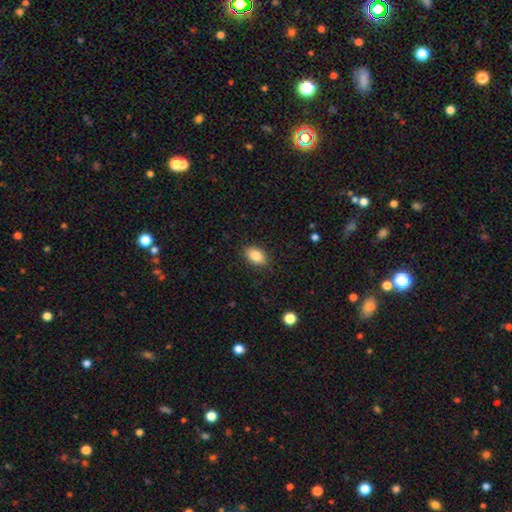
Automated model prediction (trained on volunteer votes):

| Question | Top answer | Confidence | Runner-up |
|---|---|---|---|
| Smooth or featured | smooth | 86% | star or artifact (8%) |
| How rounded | in between | 89% | round (10%) |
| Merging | none | 88% | minor disturbance (9%) |